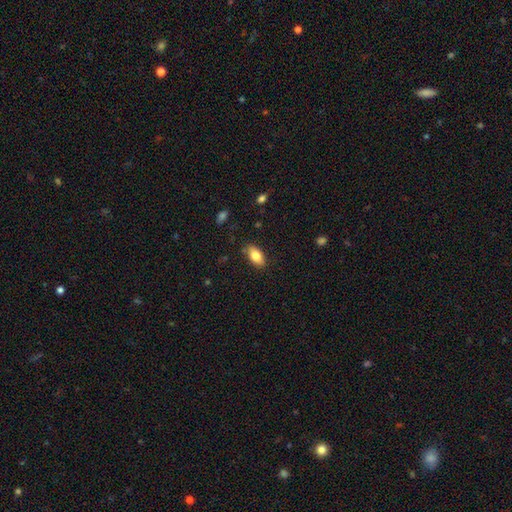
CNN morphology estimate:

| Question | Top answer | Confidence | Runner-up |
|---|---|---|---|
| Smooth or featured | smooth | 80% | featured or disk (13%) |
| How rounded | in between | 91% | cigar-shaped (5%) |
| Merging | none | 82% | minor disturbance (14%) |